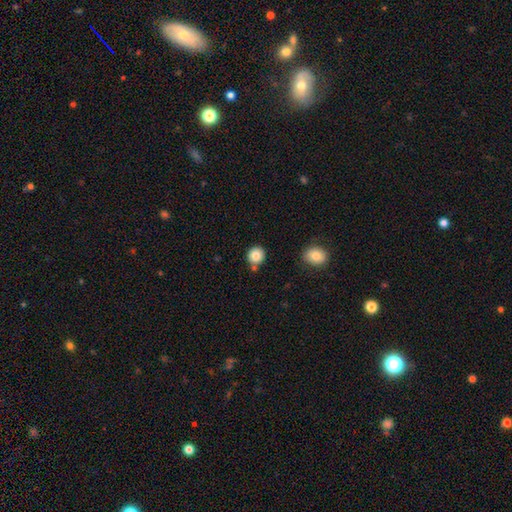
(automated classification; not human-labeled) Morphology: type=smooth (84%); roundness=round (91%); merging=none (78%).